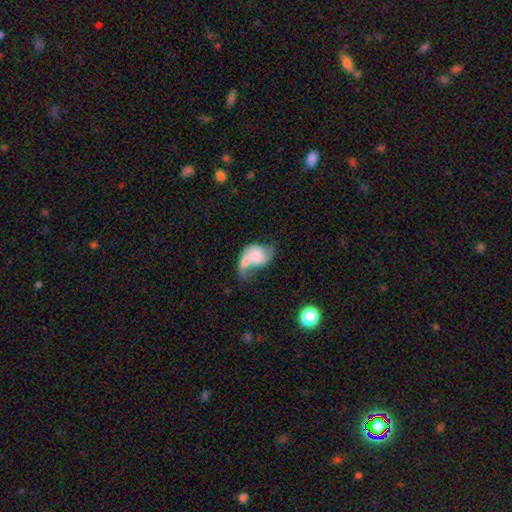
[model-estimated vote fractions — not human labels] Morphology: type=featured or disk (48%); merging=merger (62%).